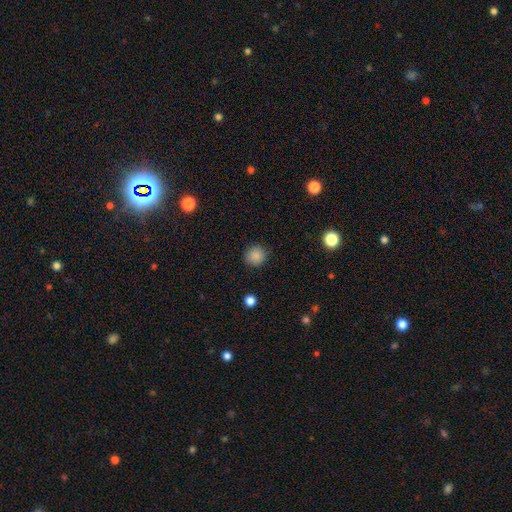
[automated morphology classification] smooth 86%, star or artifact 11%, featured or disk 3%. Down the decision tree: how rounded — round (92%); merging — none (89%).